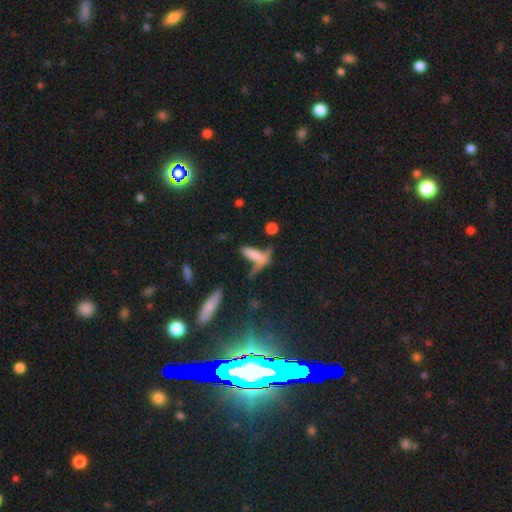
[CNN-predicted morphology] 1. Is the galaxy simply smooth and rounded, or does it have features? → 63% smooth, 25% featured or disk, 12% star or artifact.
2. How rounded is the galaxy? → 56% cigar-shaped, 40% in between, 4% round.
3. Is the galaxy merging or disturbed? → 28% none (tied), 28% merger (tied), 24% major disturbance, 19% minor disturbance.